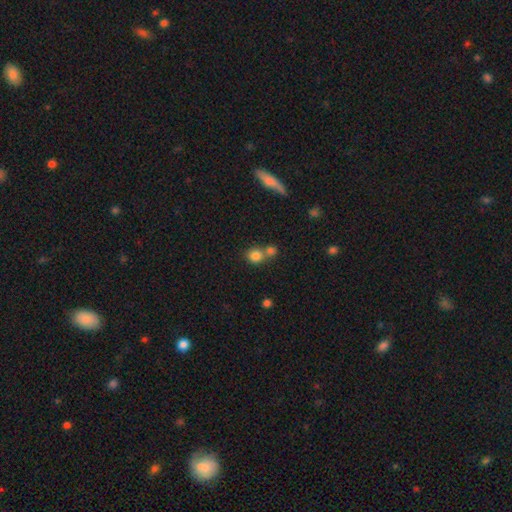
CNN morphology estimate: This appears to be a smooth galaxy with no disk features (81%) that is round (82%). Merging: merger (45%, tied with none).